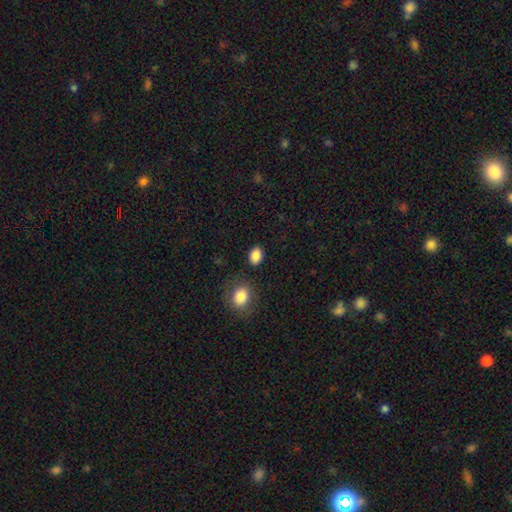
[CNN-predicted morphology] type=smooth (87%); roundness=in between (75%); merging=none (83%).